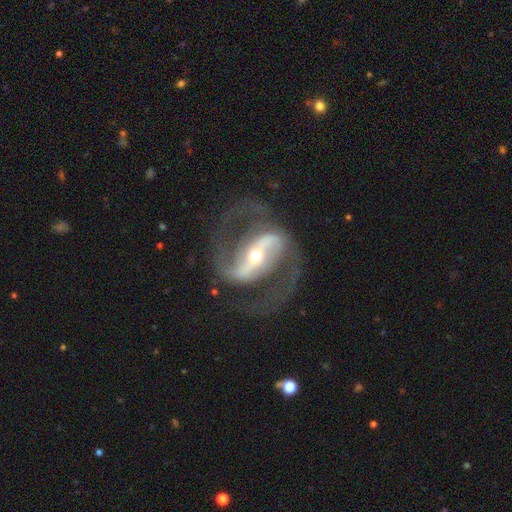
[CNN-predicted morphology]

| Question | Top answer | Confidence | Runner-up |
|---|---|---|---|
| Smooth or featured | featured or disk | 92% | star or artifact (5%) |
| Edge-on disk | no | 96% | yes (4%) |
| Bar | strong | 69% | weak (20%) |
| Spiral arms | yes | 96% | no (4%) |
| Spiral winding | medium | 57% | loose (29%) |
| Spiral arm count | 2 | 93% | can't tell (2%) |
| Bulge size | small | 57% | moderate (38%) |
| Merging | none | 76% | minor disturbance (12%) |